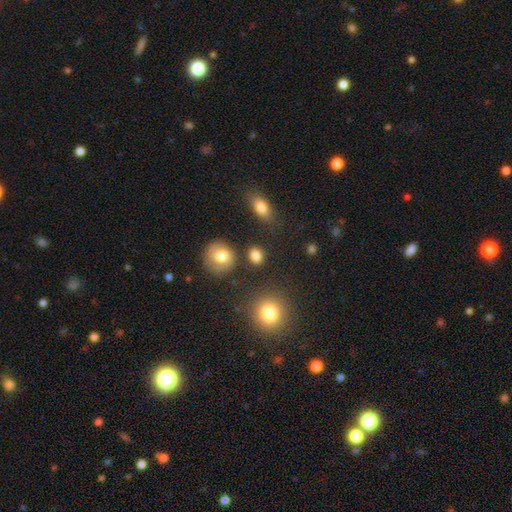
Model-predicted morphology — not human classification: This is clearly a smooth galaxy (83%). How rounded: likely round (61%). Merging: likely none (80%).